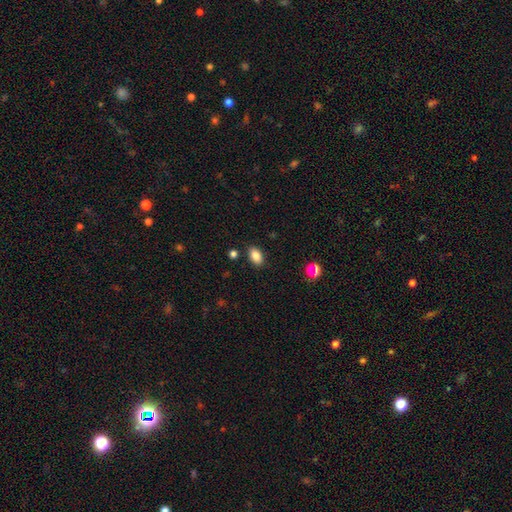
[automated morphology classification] Smooth or featured? smooth (85%)
How rounded? in between (88%)
Merging? none (86%)